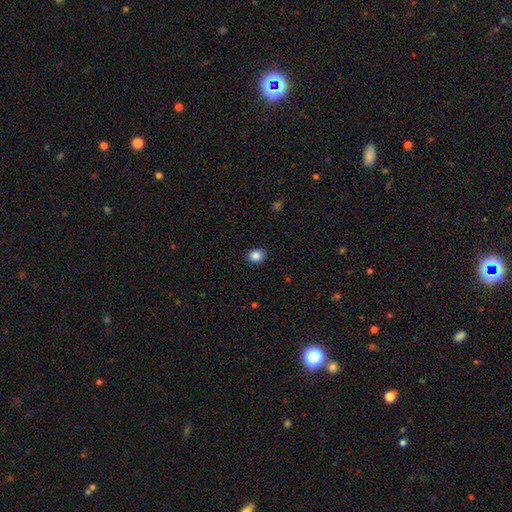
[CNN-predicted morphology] Q: Smooth or featured?
A: smooth (86%); runner-up: star or artifact (10%)
Q: How rounded?
A: round (66%); runner-up: in between (33%)
Q: Merging?
A: none (88%); runner-up: minor disturbance (9%)